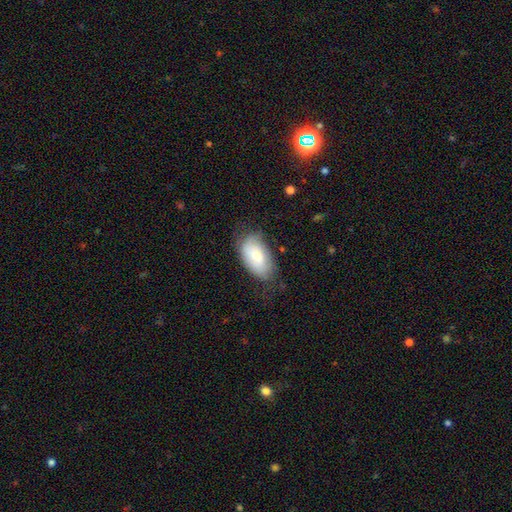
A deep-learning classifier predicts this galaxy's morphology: smooth-or-featured: smooth: 68% | featured or disk: 25% | star or artifact: 7%
  how-rounded: in between: 94% | round: 4% | cigar-shaped: 2%
  merging: none: 63% | minor disturbance: 28% | major disturbance: 8% | merger: 1%